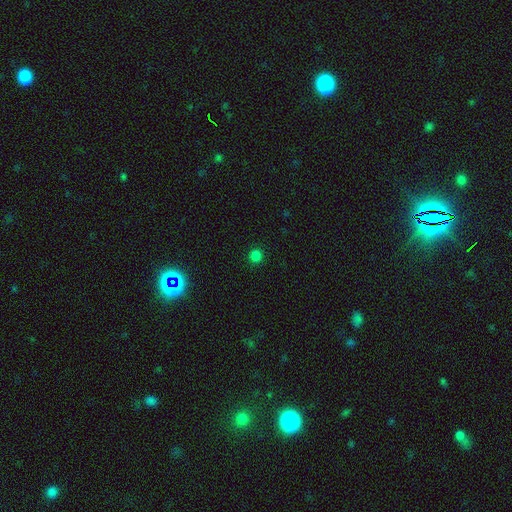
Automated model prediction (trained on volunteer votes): The model was most divided on "smooth or featured": smooth: 81%, star or artifact: 16%, featured or disk: 3%. More confident: how rounded — round (93%); merging — none (92%).